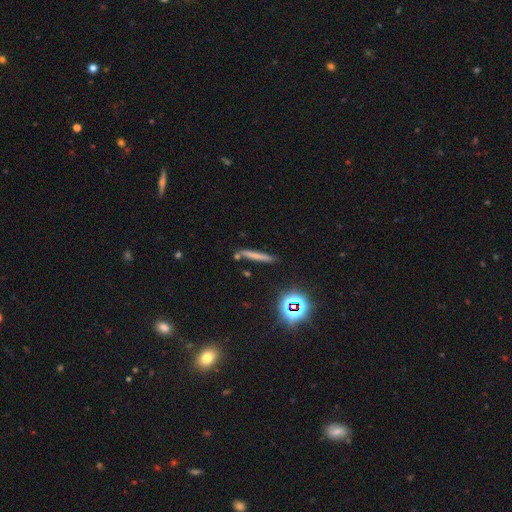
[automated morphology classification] Smooth or featured? smooth (56%)
How rounded? cigar-shaped (90%)
Merging? none (79%)